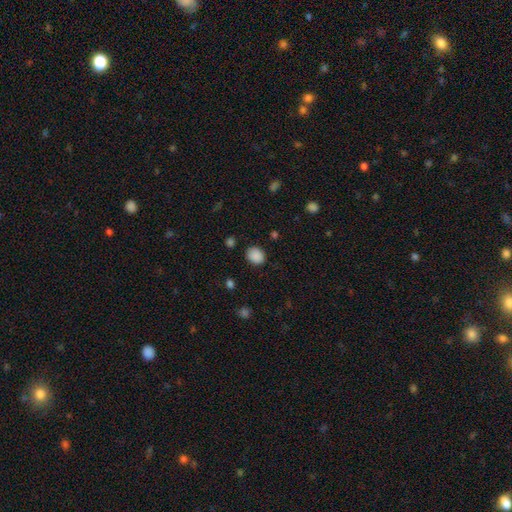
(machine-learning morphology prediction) The model was most divided on "how rounded": round: 60%, in between: 40%, cigar-shaped: 1%. More confident: smooth or featured — smooth (88%); merging — none (84%).